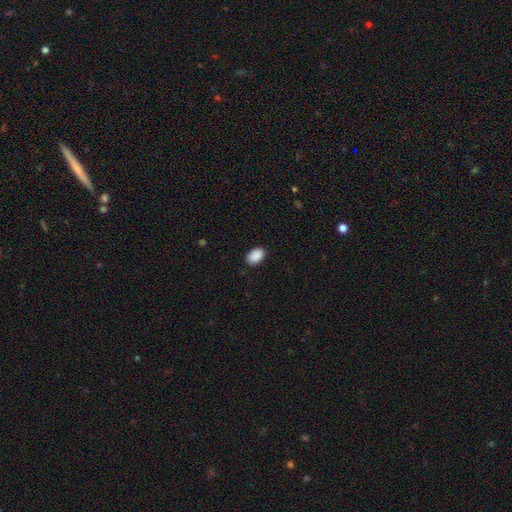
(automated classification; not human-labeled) smooth_or_featured: smooth (p=0.91) [alt: star or artifact p=0.07]
how_rounded: in between (p=0.86) [alt: round p=0.13]
merging: none (p=0.89) [alt: minor disturbance p=0.09]